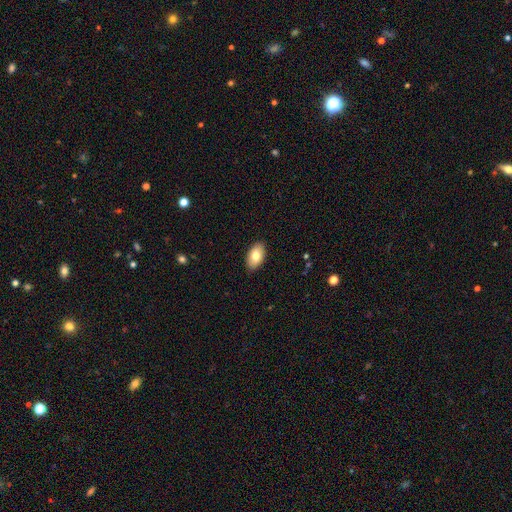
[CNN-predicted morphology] Smooth or featured? smooth (78%)
How rounded? in between (94%)
Merging? none (89%)